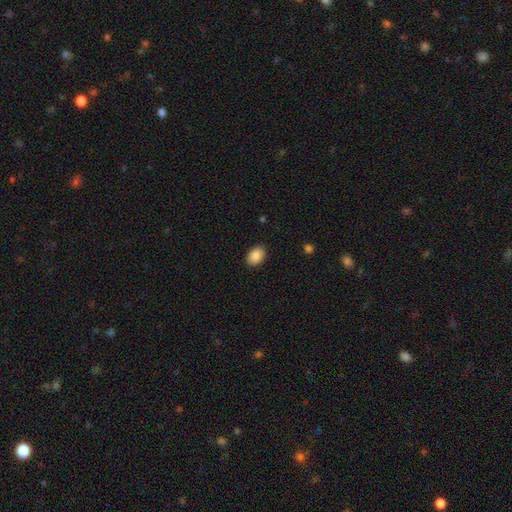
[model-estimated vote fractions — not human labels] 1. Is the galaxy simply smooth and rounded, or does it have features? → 89% smooth, 7% star or artifact, 4% featured or disk.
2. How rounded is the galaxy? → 82% in between, 17% round, 1% cigar-shaped.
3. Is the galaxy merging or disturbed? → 89% none, 8% minor disturbance, 2% major disturbance, 1% merger.